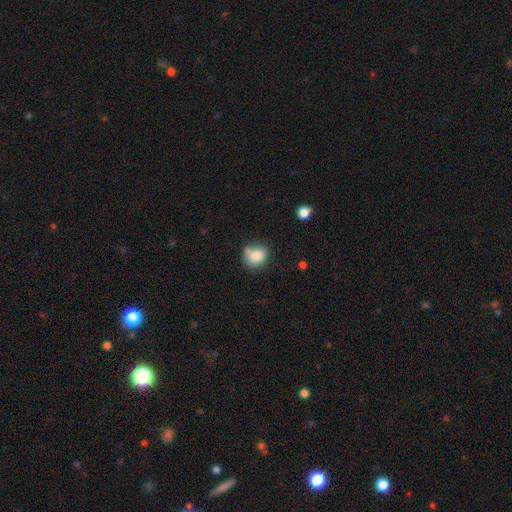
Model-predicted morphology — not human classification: This is clearly a smooth galaxy (83%). How rounded: possibly round (57%). Merging: likely none (61%).